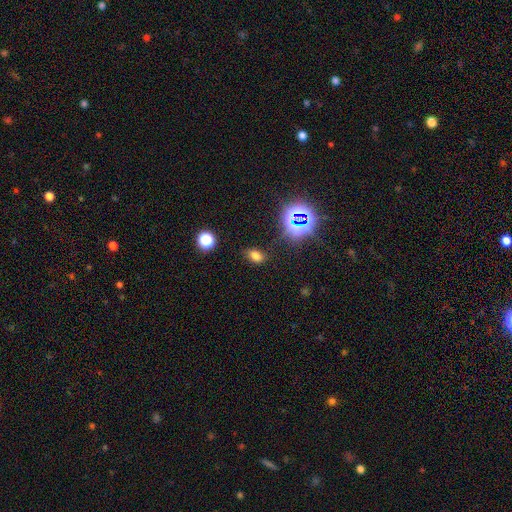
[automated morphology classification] The model was most divided on "smooth or featured": smooth: 68%, star or artifact: 25%, featured or disk: 7%. More confident: how rounded — in between (81%); merging — none (79%).